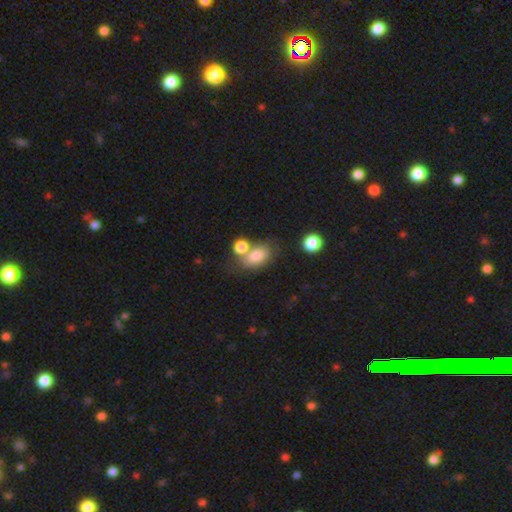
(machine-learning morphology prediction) Smooth or featured? Predicted: smooth (p=0.78). How rounded? Predicted: in between (p=0.81). Merging? Predicted: none (p=0.46).